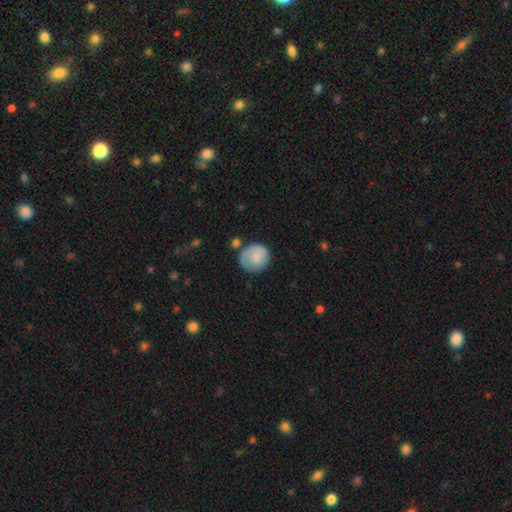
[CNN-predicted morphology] Q: Smooth or featured?
A: smooth (68%); runner-up: featured or disk (26%)
Q: How rounded?
A: round (86%); runner-up: in between (13%)
Q: Merging?
A: none (60%); runner-up: minor disturbance (23%)